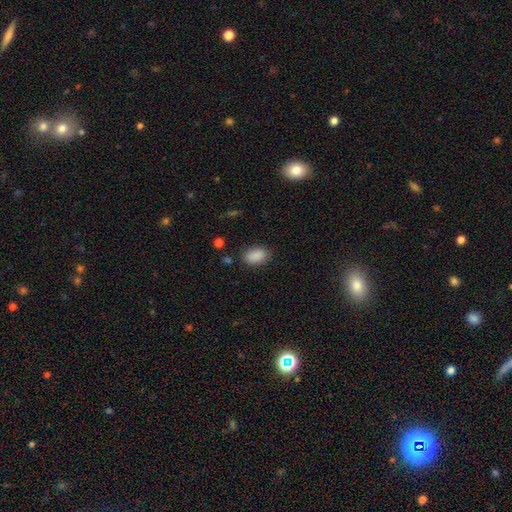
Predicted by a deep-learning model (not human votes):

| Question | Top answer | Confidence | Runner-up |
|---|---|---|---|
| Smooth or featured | smooth | 89% | star or artifact (8%) |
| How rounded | in between | 89% | round (9%) |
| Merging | none | 84% | minor disturbance (11%) |